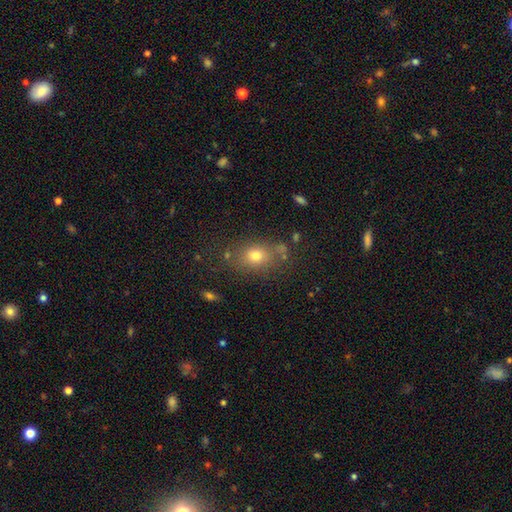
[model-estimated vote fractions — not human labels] smooth_or_featured: smooth (p=0.72) [alt: star or artifact p=0.15]
how_rounded: in between (p=0.55) [alt: round p=0.43]
merging: none (p=0.72) [alt: minor disturbance p=0.16]